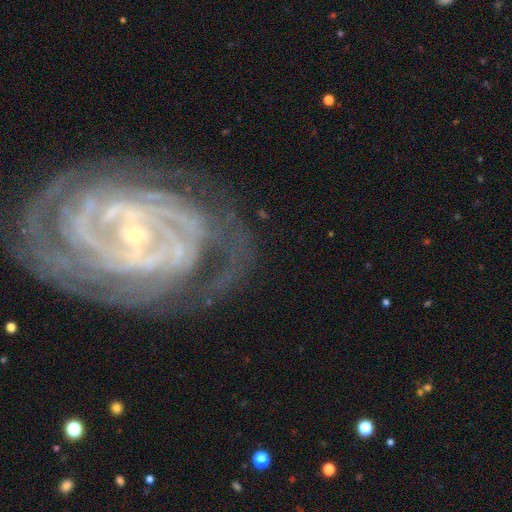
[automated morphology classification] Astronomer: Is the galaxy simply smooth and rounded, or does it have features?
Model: featured or disk — 86%.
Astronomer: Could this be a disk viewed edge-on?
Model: no — 96%.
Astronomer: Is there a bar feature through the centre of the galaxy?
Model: no — 49% (runner-up: weak, 28%).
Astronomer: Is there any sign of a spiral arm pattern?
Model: yes — 95%.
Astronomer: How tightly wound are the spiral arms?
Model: tight — 71%.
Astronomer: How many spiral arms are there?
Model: can't tell — 28% (runner-up: 2, 21%).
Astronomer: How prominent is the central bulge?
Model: small — 84%.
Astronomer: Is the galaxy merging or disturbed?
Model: none — 62%.